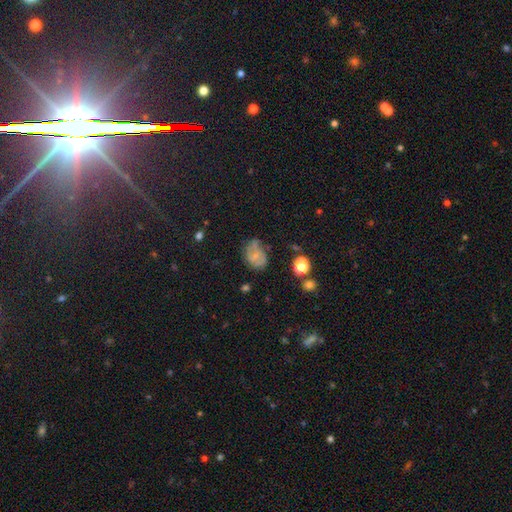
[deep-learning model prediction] Smooth or featured? Predicted: smooth (p=0.47). Merging? Predicted: none (p=0.45).